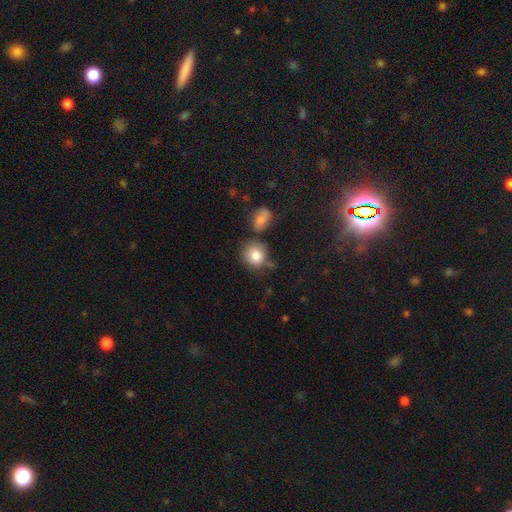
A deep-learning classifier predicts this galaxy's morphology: Smooth or featured? smooth (83%)
How rounded? round (84%)
Merging? none (66%)